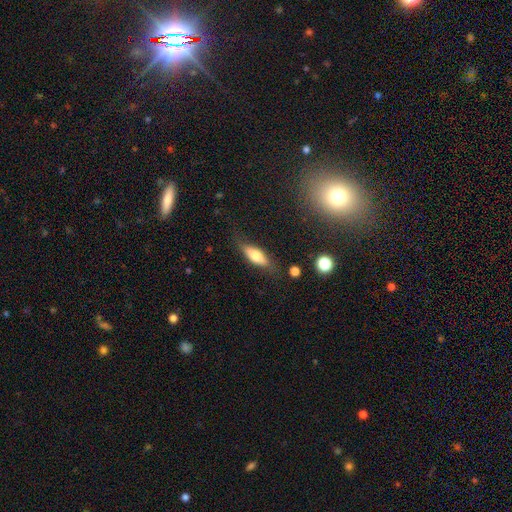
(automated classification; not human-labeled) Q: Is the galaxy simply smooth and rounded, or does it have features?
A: smooth — 65%.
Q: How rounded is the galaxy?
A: in between — 60%.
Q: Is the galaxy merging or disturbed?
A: none — 75%.